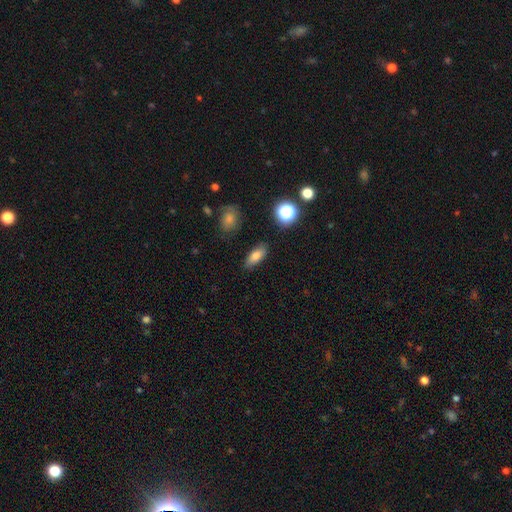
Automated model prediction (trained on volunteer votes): This is likely a smooth galaxy (78%). How rounded: likely in between (78%). Merging: clearly none (85%).